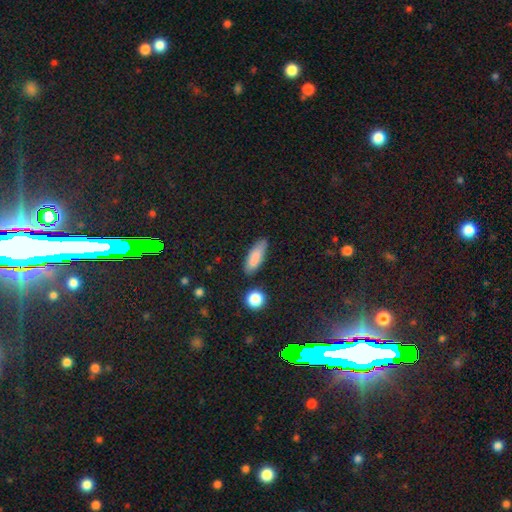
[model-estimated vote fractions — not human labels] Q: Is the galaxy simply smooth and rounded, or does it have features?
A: smooth — 83%.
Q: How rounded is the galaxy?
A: in between — 63%.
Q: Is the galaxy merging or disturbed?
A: none — 79%.